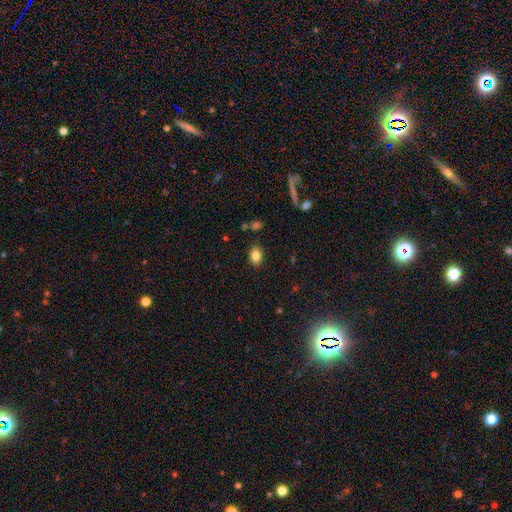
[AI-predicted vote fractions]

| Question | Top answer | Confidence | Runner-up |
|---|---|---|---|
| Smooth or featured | smooth | 83% | star or artifact (9%) |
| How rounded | in between | 82% | round (17%) |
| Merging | none | 86% | minor disturbance (10%) |